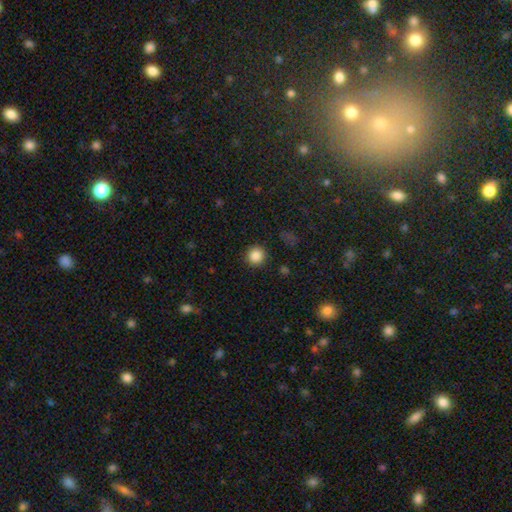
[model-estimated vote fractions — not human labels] A smooth galaxy with no disk features (86%) that is round (95%).

Vote fractions:
- Smooth or featured? smooth: 86% / star or artifact: 10% / featured or disk: 4%
- How rounded? round: 95% / in between: 4% / cigar-shaped: 1%
- Merging? none: 91% / minor disturbance: 6% / major disturbance: 2% / merger: 1%